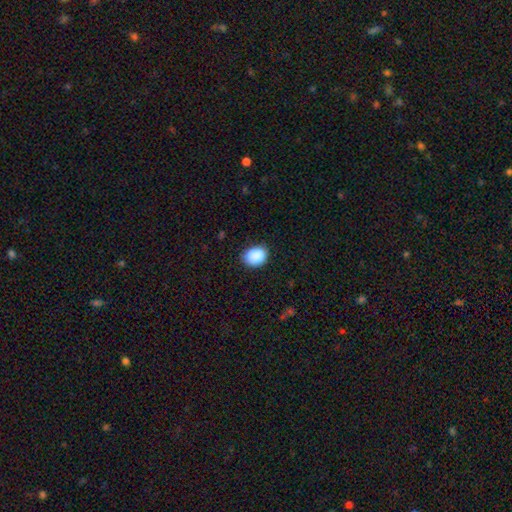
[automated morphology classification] Smooth or featured?
  - smooth: 90% *
  - star or artifact: 8%
  - featured or disk: 3%
How rounded?
  - in between: 58% *
  - round: 41%
  - cigar-shaped: 1%
Merging?
  - none: 86% *
  - minor disturbance: 11%
  - major disturbance: 2%
  - merger: 1%